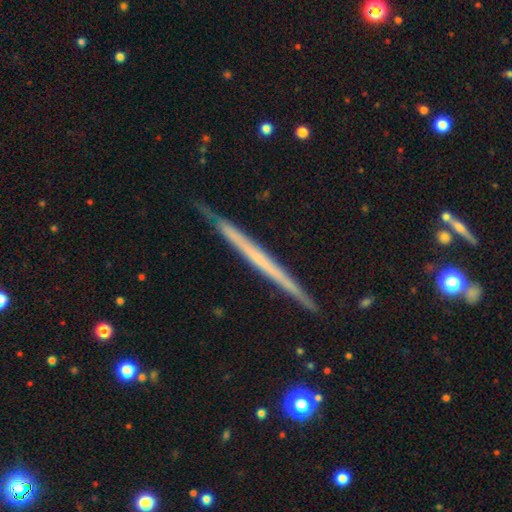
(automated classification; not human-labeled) smooth_or_featured: featured or disk (p=0.63) [alt: smooth p=0.32]
disk_edge_on: yes (p=0.98) [alt: no p=0.02]
edge_on_bulge: none (p=0.92) [alt: rounded p=0.05]
merging: none (p=0.89) [alt: minor disturbance p=0.08]